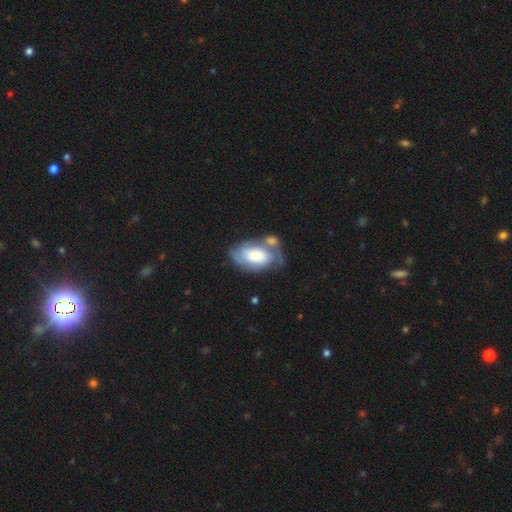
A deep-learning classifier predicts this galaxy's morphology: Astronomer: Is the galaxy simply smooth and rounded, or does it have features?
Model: featured or disk — 50% (runner-up: smooth, 43%).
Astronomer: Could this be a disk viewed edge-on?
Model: no — 94%.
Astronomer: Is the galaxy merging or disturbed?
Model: none — 35% (runner-up: merger, 25%).